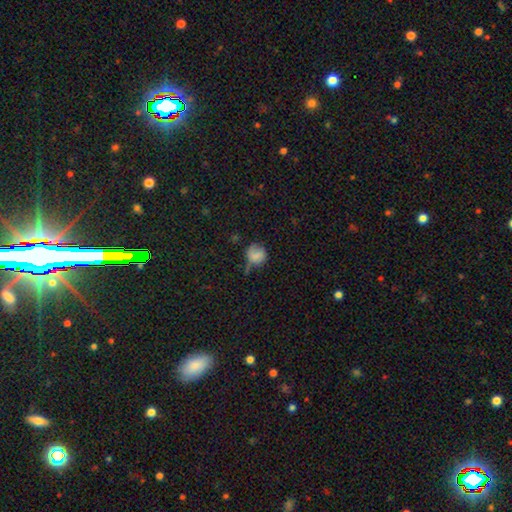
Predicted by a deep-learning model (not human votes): Smooth or featured? smooth (73%)
How rounded? round (73%)
Merging? none (39%)